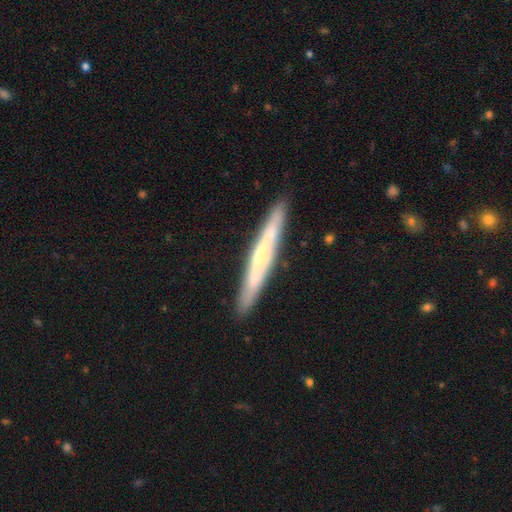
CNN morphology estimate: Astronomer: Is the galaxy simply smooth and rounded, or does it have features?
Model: featured or disk — 61%.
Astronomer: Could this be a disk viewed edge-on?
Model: yes — 92%.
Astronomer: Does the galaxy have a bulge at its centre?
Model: rounded — 50% (runner-up: none, 44%).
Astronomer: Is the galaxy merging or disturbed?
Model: none — 90%.